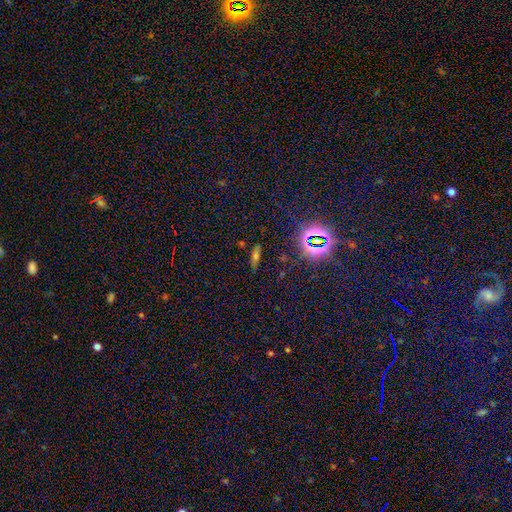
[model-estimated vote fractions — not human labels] A star or artifact, not a galaxy (41%).